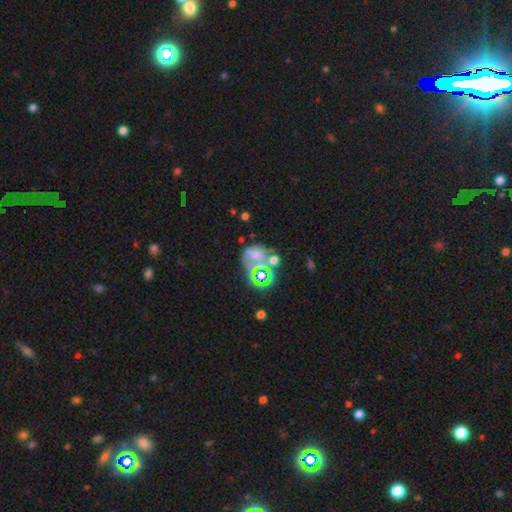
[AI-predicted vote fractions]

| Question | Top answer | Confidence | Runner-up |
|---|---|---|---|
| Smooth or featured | smooth | 39% | star or artifact (34%) |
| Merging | merger | 32% | none (30%) |